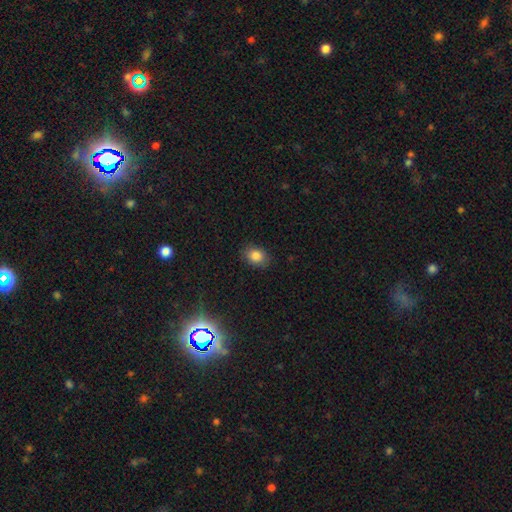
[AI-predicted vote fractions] Smooth or featured?
  - smooth: 84% *
  - star or artifact: 10%
  - featured or disk: 6%
How rounded?
  - in between: 67% *
  - round: 32%
  - cigar-shaped: 1%
Merging?
  - none: 84% *
  - minor disturbance: 12%
  - major disturbance: 3%
  - merger: 1%